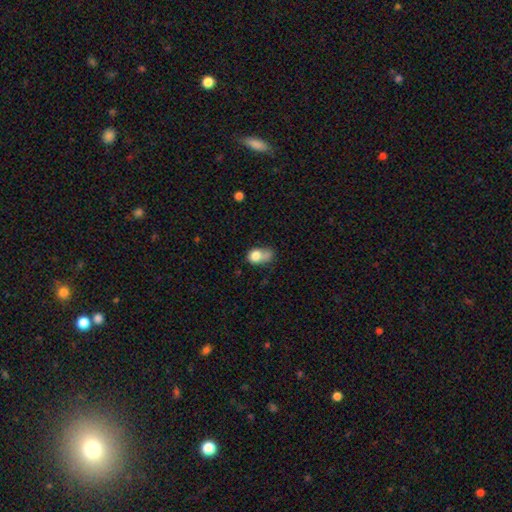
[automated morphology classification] smooth-or-featured: smooth: 76% | featured or disk: 14% | star or artifact: 9%
  how-rounded: in between: 60% | round: 38% | cigar-shaped: 2%
  merging: merger: 32% | none: 26% | minor disturbance: 23% | major disturbance: 19%